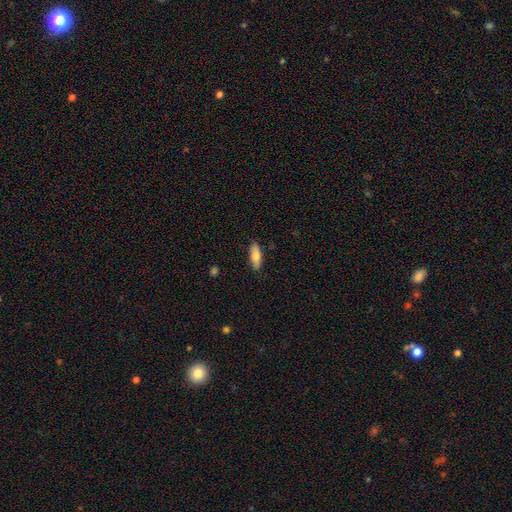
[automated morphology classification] Smooth or featured: smooth — 74% (featured or disk — 20%)
How rounded: in between — 66% (cigar-shaped — 32%)
Merging: none — 86% (minor disturbance — 11%)